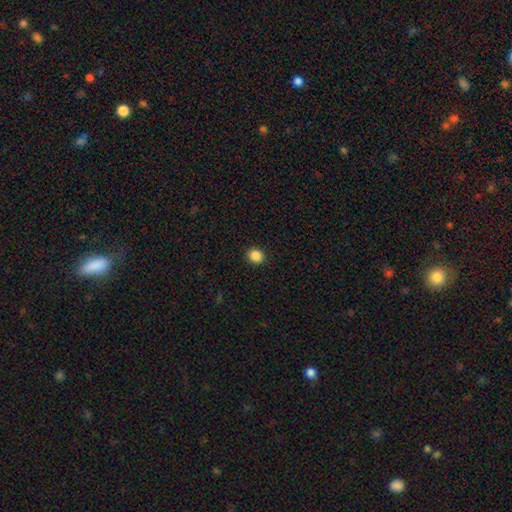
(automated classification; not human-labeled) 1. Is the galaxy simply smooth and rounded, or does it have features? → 87% smooth, 10% star or artifact, 3% featured or disk.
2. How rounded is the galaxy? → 82% round, 18% in between, 1% cigar-shaped.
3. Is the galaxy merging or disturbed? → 91% none, 6% minor disturbance, 2% major disturbance, 1% merger.